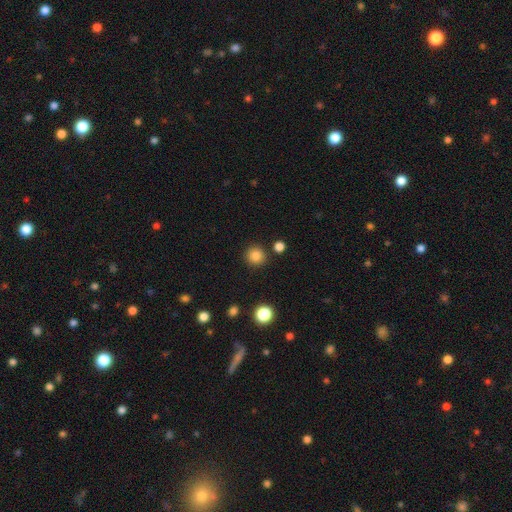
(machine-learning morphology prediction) smooth 85%, star or artifact 11%, featured or disk 4%. Down the decision tree: how rounded — round (94%); merging — none (89%).